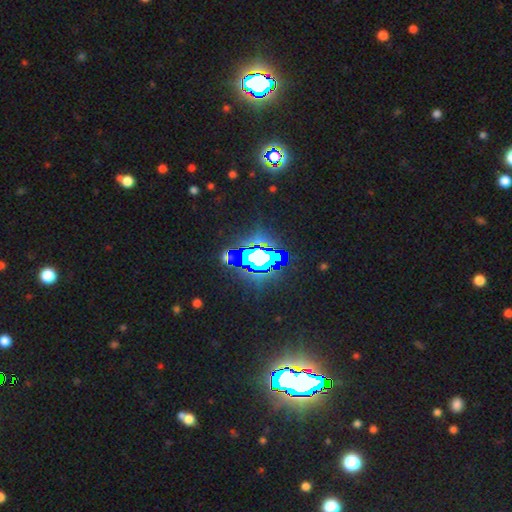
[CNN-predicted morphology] This is likely a star or artifact rather than a galaxy (70%).